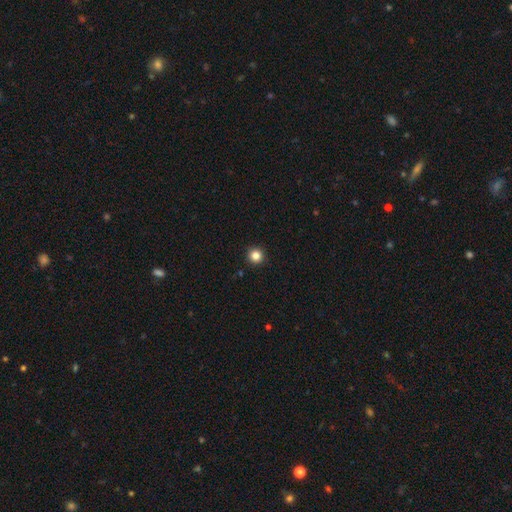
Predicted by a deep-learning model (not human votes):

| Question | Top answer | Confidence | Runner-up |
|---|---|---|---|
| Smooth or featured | smooth | 84% | star or artifact (12%) |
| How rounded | round | 95% | in between (4%) |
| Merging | none | 93% | minor disturbance (4%) |